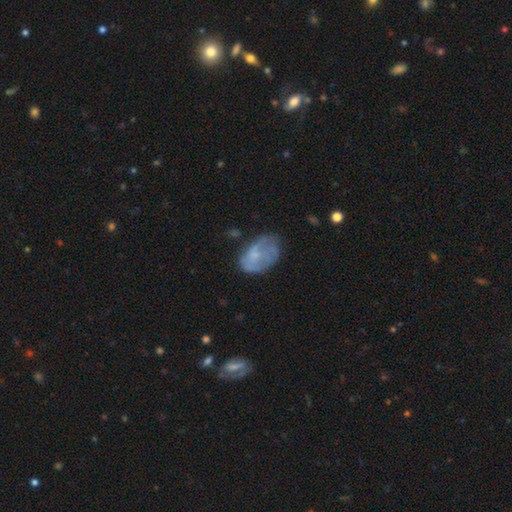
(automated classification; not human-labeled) smooth 53%, featured or disk 38%, star or artifact 9%. Down the decision tree: how rounded — in between (87%); merging — none (48%).